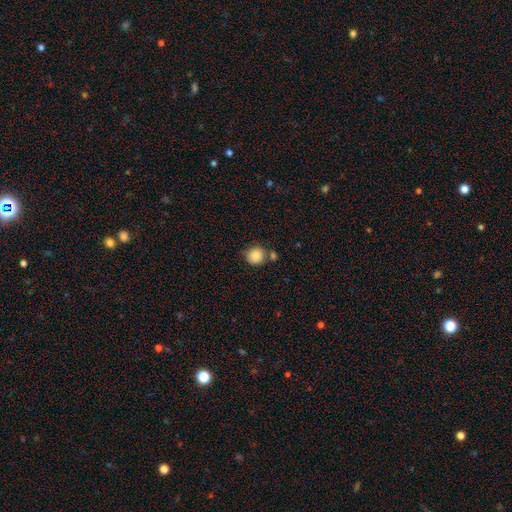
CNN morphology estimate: Smooth or featured? Predicted: smooth (p=0.85). How rounded? Predicted: round (p=0.91). Merging? Predicted: none (p=0.72).